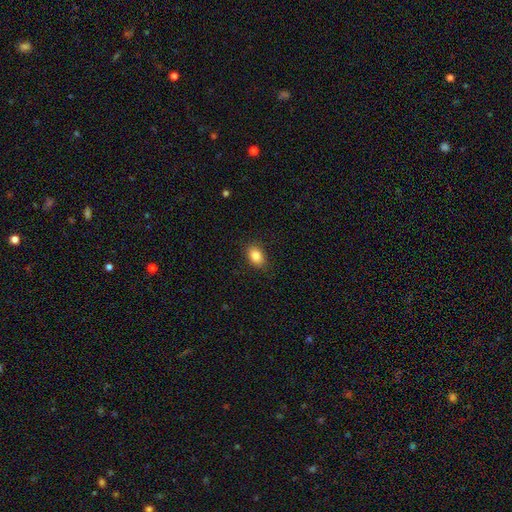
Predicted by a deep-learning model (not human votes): This appears to be a smooth galaxy with no disk features (86%) that is in between round and cigar-shaped (81%). Merging: none (85%).